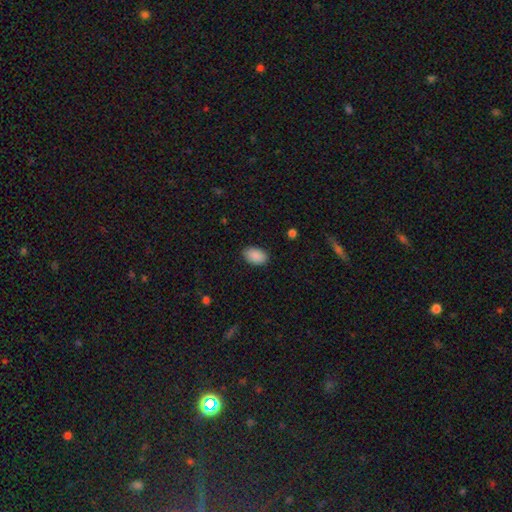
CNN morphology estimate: This appears to be a smooth galaxy with no disk features (90%) that is in between round and cigar-shaped (91%). Merging: none (86%).